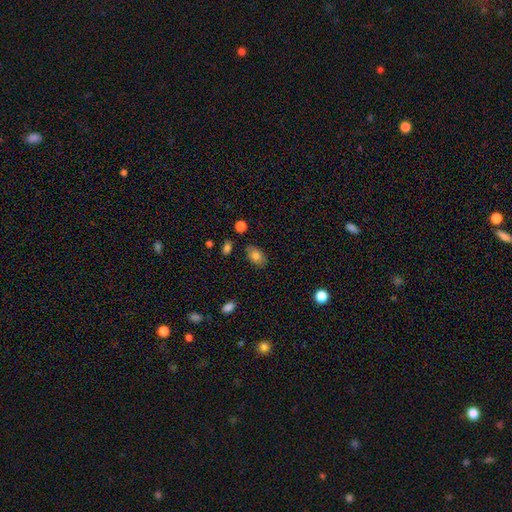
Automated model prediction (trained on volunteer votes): smooth_or_featured: smooth (p=0.80) [alt: featured or disk p=0.11]
how_rounded: in between (p=0.88) [alt: round p=0.10]
merging: none (p=0.80) [alt: minor disturbance p=0.14]